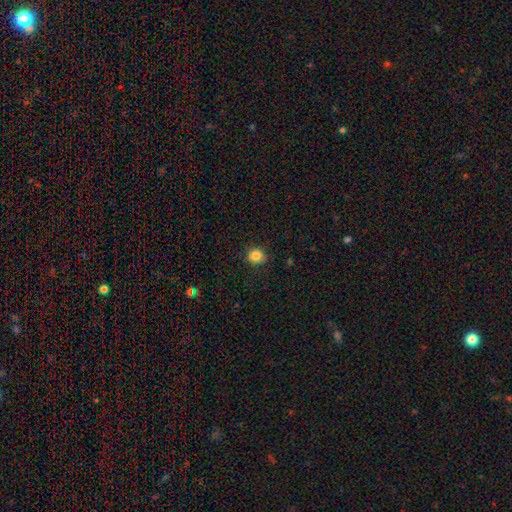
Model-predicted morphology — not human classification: The model was most divided on "how rounded": round: 84%, in between: 15%, cigar-shaped: 1%. More confident: merging — none (87%); smooth or featured — smooth (85%).